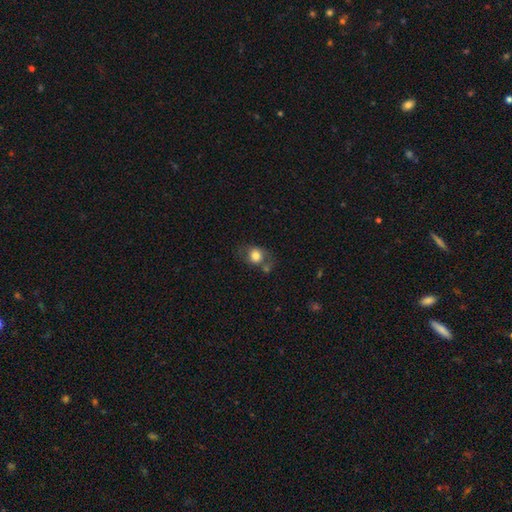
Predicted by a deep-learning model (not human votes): Q: Smooth or featured?
A: smooth (77%); runner-up: featured or disk (14%)
Q: How rounded?
A: round (65%); runner-up: in between (34%)
Q: Merging?
A: none (53%); runner-up: minor disturbance (20%)